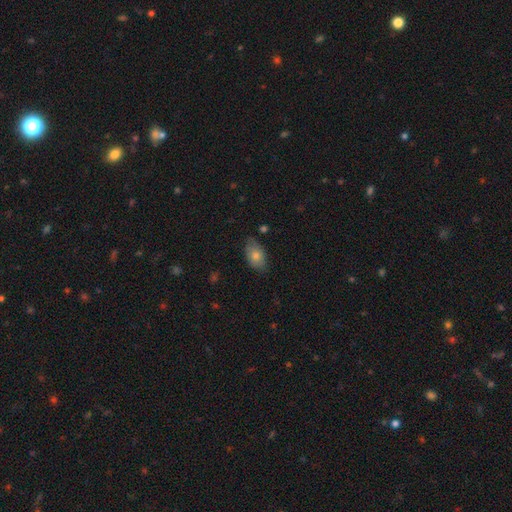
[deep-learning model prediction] A smooth galaxy with no disk features (74%) that is in between round and cigar-shaped (91%). Merging: none (78%).